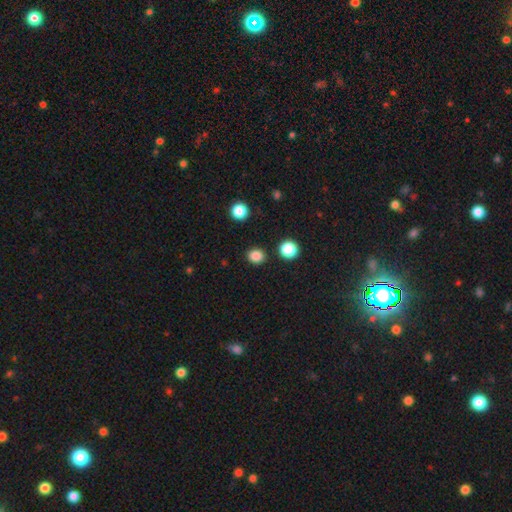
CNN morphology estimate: Smooth or featured? smooth (84%)
How rounded? round (77%)
Merging? none (89%)